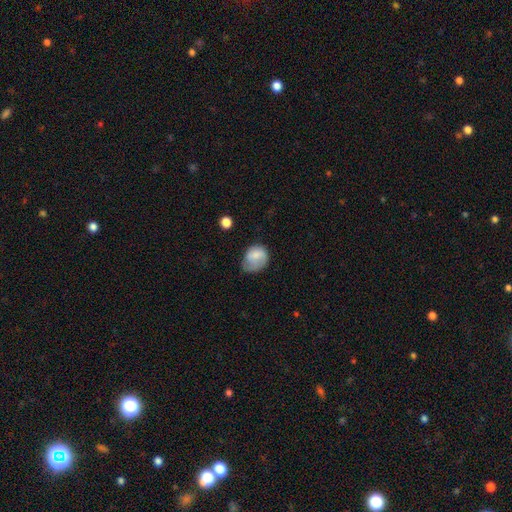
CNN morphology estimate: type=smooth (74%); roundness=round (51%); merging=minor disturbance (39%).